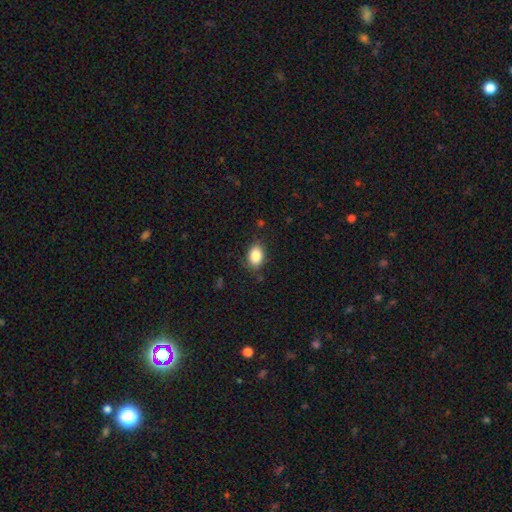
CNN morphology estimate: smooth-or-featured: smooth: 87% | star or artifact: 8% | featured or disk: 5%
  how-rounded: in between: 81% | round: 17% | cigar-shaped: 1%
  merging: none: 78% | minor disturbance: 17% | major disturbance: 4% | merger: 1%